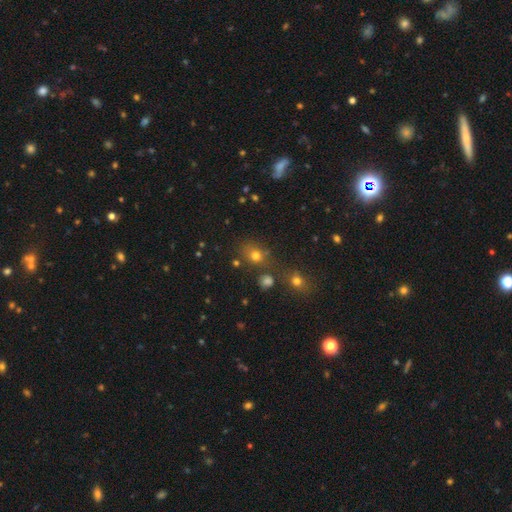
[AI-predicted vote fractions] The model was most divided on "how rounded": round: 65%, in between: 34%, cigar-shaped: 1%. More confident: smooth or featured — smooth (69%); merging — none (64%).